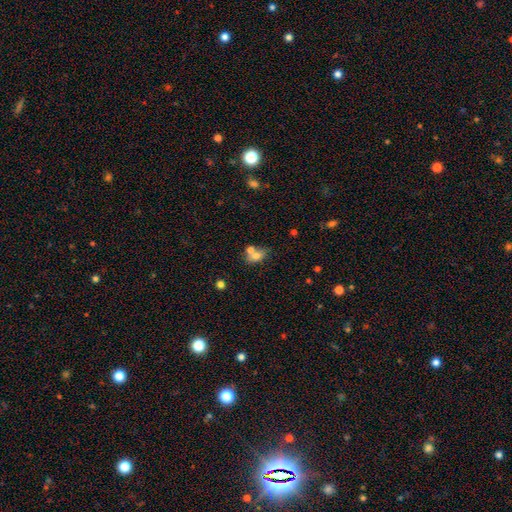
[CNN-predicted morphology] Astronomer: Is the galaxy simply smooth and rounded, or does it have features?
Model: smooth — 68%.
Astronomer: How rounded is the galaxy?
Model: in between — 70%.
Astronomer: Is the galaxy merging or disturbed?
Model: merger — 42% (runner-up: none, 39%).